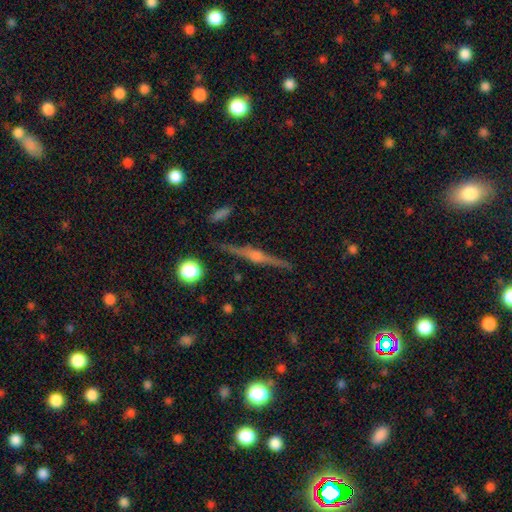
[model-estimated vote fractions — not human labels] Morphology: type=featured or disk (80%); edge-on=yes (98%); edge-on bulge=rounded (83%); merging=none (89%).